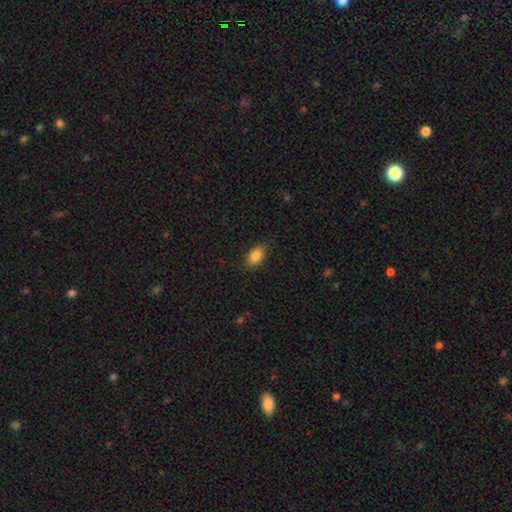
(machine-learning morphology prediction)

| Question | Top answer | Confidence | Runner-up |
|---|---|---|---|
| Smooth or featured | smooth | 87% | star or artifact (8%) |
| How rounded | in between | 87% | round (12%) |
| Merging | none | 82% | minor disturbance (13%) |